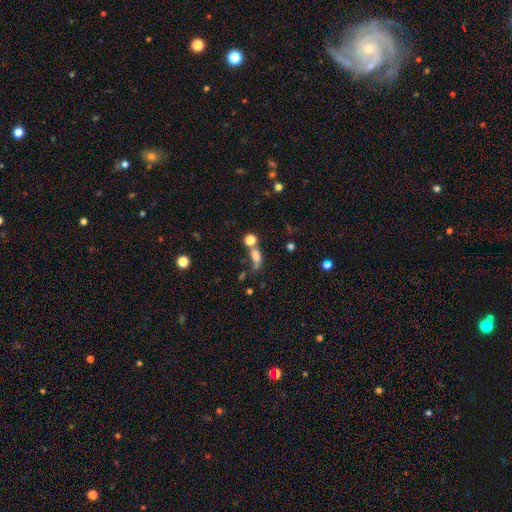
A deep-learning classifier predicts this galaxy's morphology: Smooth or featured? Predicted: smooth (p=0.70). How rounded? Predicted: in between (p=0.62). Merging? Predicted: none (p=0.41).